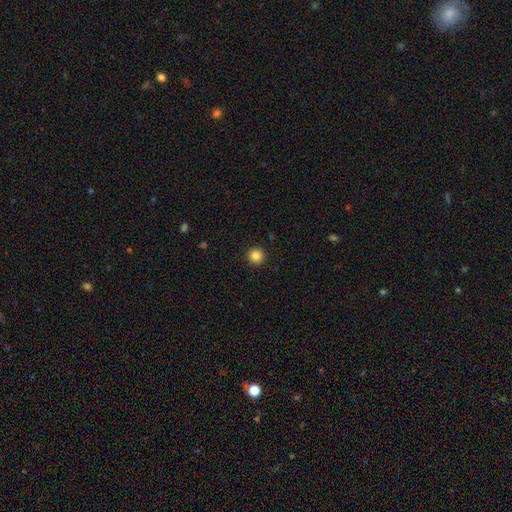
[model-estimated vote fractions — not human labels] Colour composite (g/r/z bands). It shows a smooth galaxy with no disk features (85%) that is round (96%). Merging: none (93%).